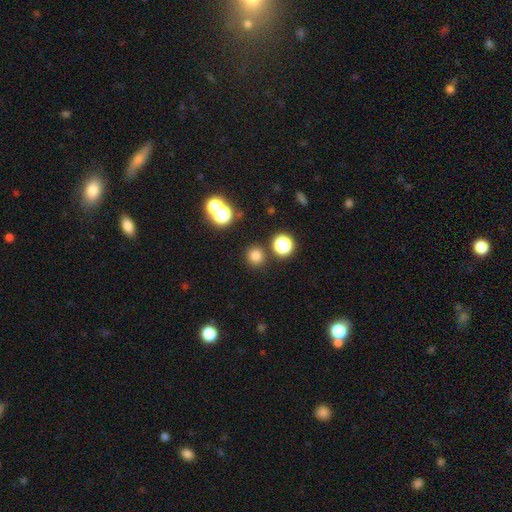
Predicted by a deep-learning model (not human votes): smooth-or-featured: smooth: 76% | star or artifact: 18% | featured or disk: 5%
  how-rounded: round: 92% | in between: 7% | cigar-shaped: 1%
  merging: none: 86% | minor disturbance: 6% | merger: 5% | major disturbance: 3%